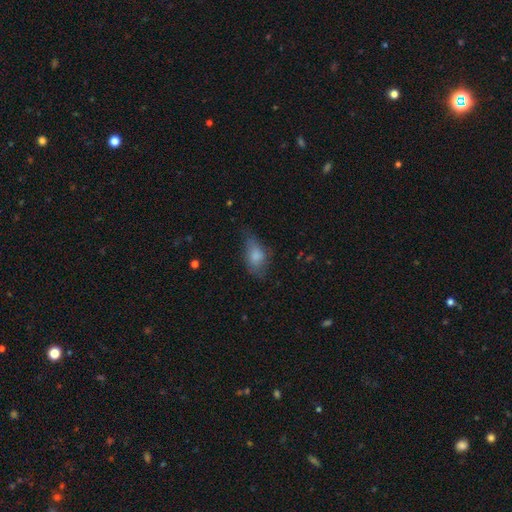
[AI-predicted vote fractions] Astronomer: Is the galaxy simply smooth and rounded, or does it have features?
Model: smooth — 76%.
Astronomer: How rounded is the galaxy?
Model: in between — 87%.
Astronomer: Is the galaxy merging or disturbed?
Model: none — 45% (runner-up: minor disturbance, 34%).